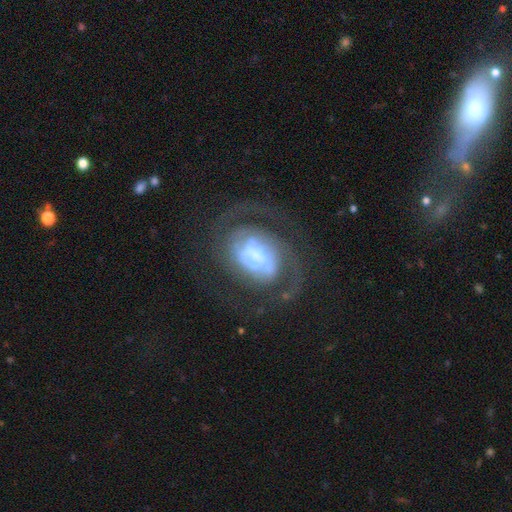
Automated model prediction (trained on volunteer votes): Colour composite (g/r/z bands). It shows a featured or disk galaxy (80%) with a weak bar (44%), 2 (50%) medium (41%) spiral arms (87%) and a small central bulge (48%). Merging: none (55%).